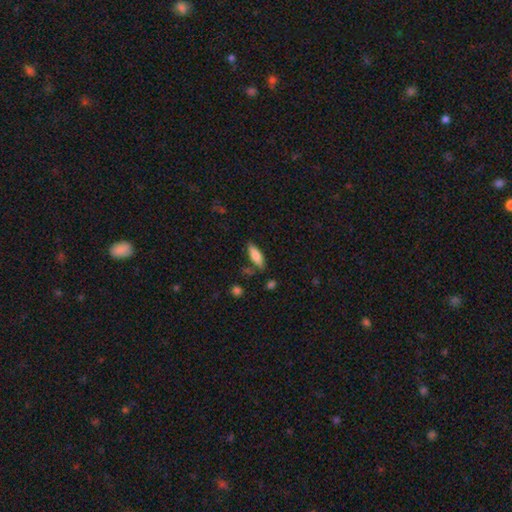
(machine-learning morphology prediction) Q: Smooth or featured?
A: smooth (79%); runner-up: featured or disk (14%)
Q: How rounded?
A: in between (59%); runner-up: cigar-shaped (39%)
Q: Merging?
A: none (75%); runner-up: minor disturbance (16%)